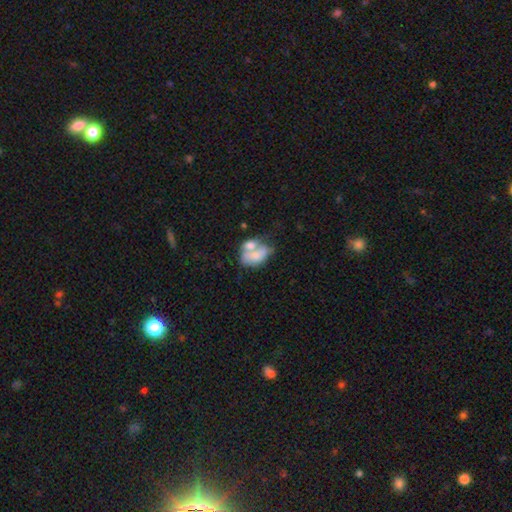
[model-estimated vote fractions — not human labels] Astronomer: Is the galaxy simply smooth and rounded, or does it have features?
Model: smooth — 60%.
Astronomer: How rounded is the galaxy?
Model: in between — 85%.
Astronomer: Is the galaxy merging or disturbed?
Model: merger — 58%.